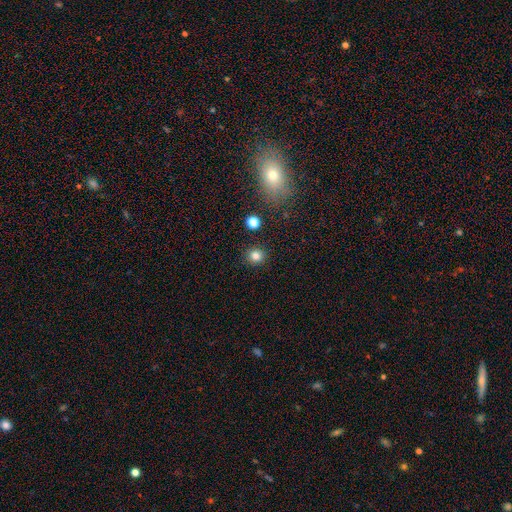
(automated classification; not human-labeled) smooth_or_featured: smooth (p=0.82) [alt: star or artifact p=0.13]
how_rounded: round (p=0.86) [alt: in between p=0.13]
merging: none (p=0.89) [alt: minor disturbance p=0.06]